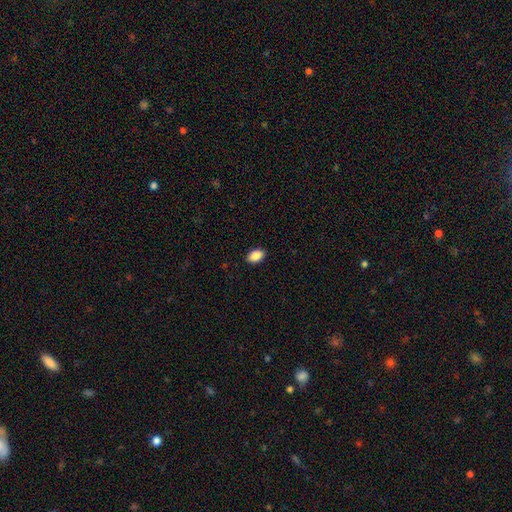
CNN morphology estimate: Smooth or featured? Predicted: smooth (p=0.89). How rounded? Predicted: in between (p=0.90). Merging? Predicted: none (p=0.89).